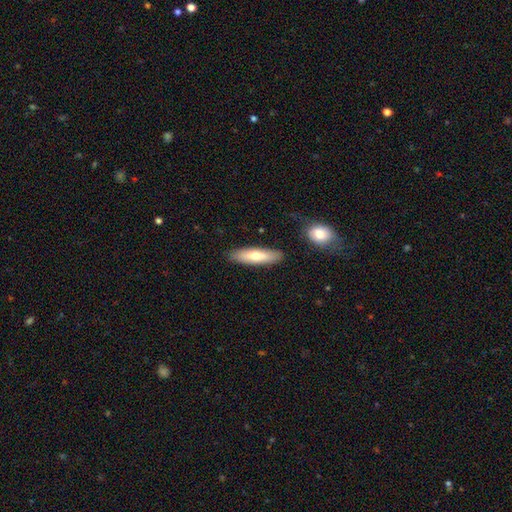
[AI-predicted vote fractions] Smooth or featured?
  - smooth: 66% *
  - featured or disk: 28%
  - star or artifact: 6%
How rounded?
  - cigar-shaped: 60% *
  - in between: 39%
  - round: 2%
Merging?
  - none: 85% *
  - minor disturbance: 10%
  - merger: 3%
  - major disturbance: 2%